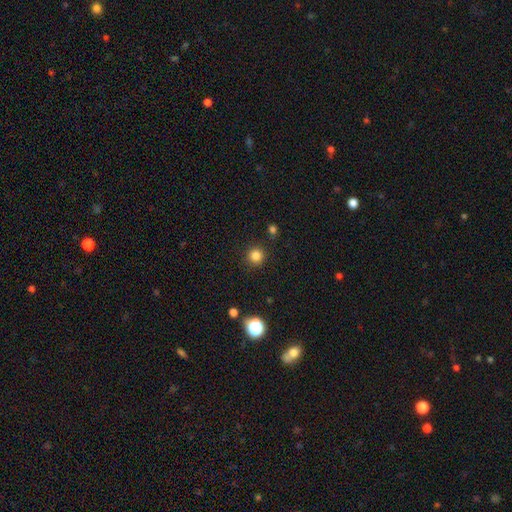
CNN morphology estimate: smooth 82%, star or artifact 14%, featured or disk 4%. Down the decision tree: how rounded — round (94%); merging — none (89%).